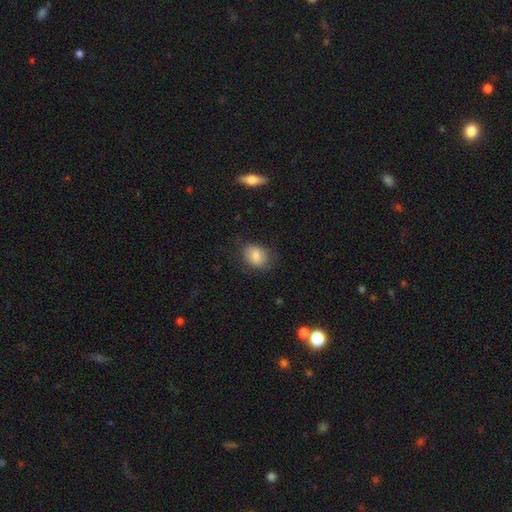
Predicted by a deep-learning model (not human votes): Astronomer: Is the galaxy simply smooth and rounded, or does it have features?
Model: smooth — 80%.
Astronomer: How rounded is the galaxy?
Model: in between — 62%.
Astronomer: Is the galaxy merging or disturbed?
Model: none — 73%.